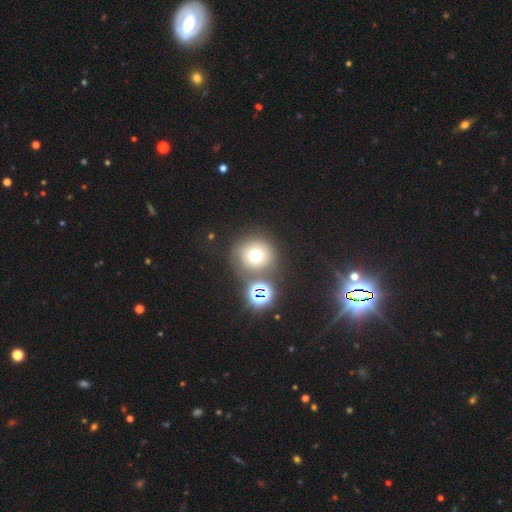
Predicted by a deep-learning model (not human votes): Q: Smooth or featured?
A: smooth (64%); runner-up: star or artifact (22%)
Q: How rounded?
A: round (94%); runner-up: in between (5%)
Q: Merging?
A: none (70%); runner-up: merger (15%)